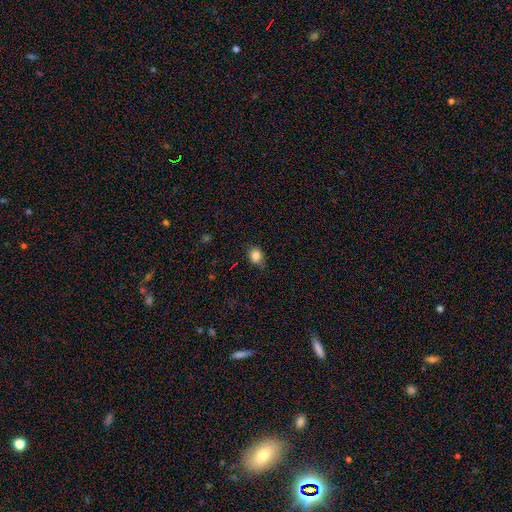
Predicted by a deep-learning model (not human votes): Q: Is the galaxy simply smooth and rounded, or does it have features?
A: smooth — 85%.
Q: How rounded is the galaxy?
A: round — 50%.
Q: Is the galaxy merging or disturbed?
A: none — 75%.